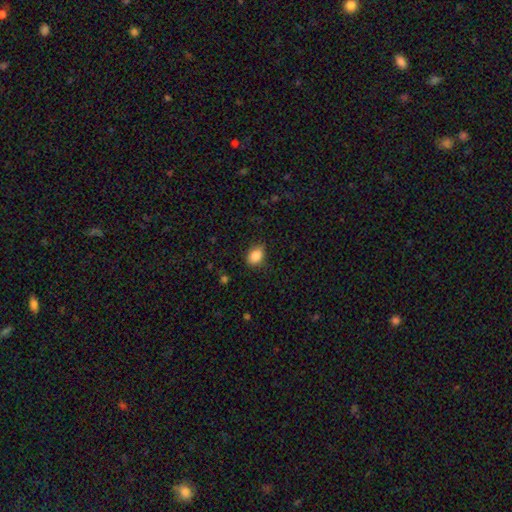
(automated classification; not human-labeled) smooth-or-featured: smooth: 87% | star or artifact: 9% | featured or disk: 4%
  how-rounded: in between: 72% | round: 27% | cigar-shaped: 1%
  merging: none: 77% | minor disturbance: 18% | major disturbance: 4% | merger: 1%